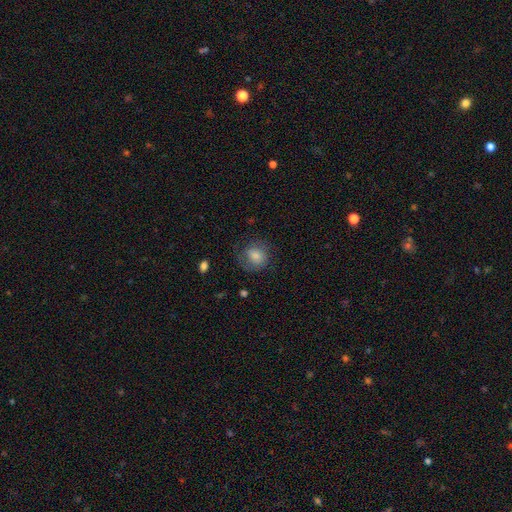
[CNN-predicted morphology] This is likely a smooth galaxy (72%). How rounded: likely round (69%). Merging: likely none (67%).